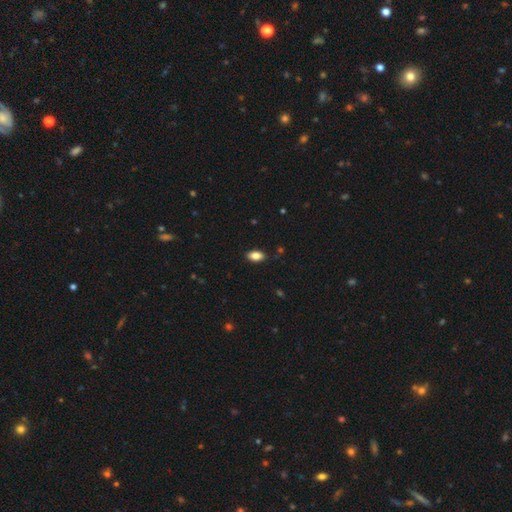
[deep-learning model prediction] A smooth galaxy with no disk features (85%) that is in between round and cigar-shaped (92%). Merging: none (87%).